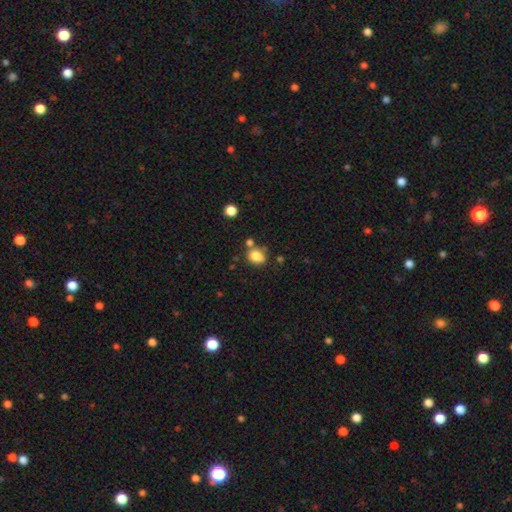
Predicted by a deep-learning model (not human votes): Morphology: type=smooth (81%); roundness=in between (54%); merging=none (57%).